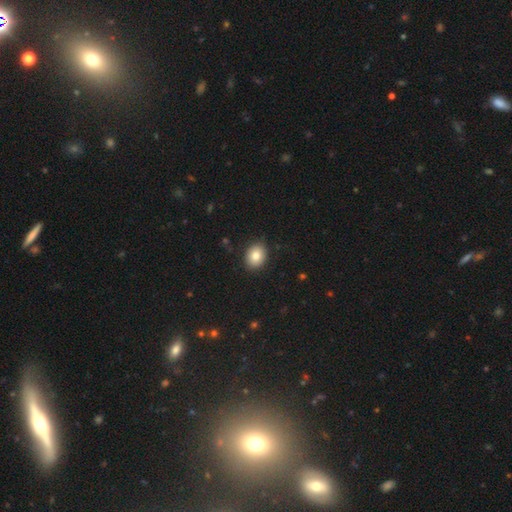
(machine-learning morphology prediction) smooth 83%, featured or disk 9%, star or artifact 8%. Down the decision tree: how rounded — in between (58%); merging — none (88%).